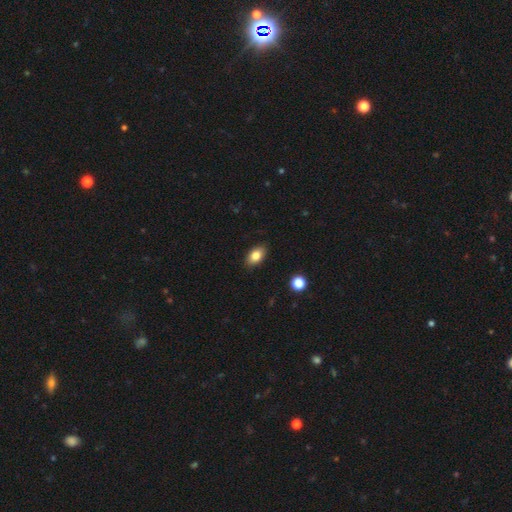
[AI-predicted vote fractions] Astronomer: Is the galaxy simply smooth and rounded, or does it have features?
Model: smooth — 83%.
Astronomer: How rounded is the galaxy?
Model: in between — 90%.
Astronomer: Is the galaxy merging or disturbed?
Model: none — 88%.